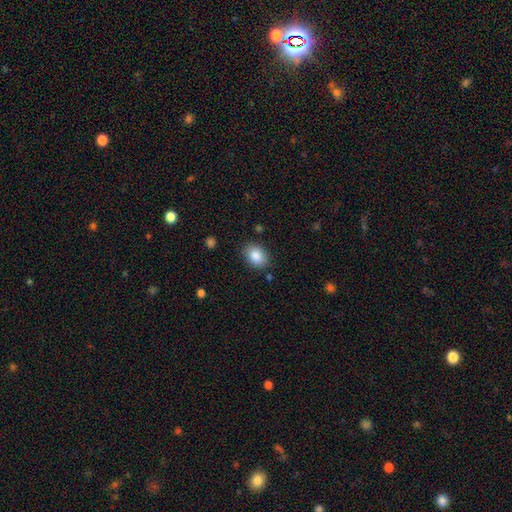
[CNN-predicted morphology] Smooth or featured?
  - smooth: 87% *
  - star or artifact: 8%
  - featured or disk: 6%
How rounded?
  - in between: 72% *
  - round: 27%
  - cigar-shaped: 1%
Merging?
  - none: 84% *
  - minor disturbance: 11%
  - major disturbance: 3%
  - merger: 2%